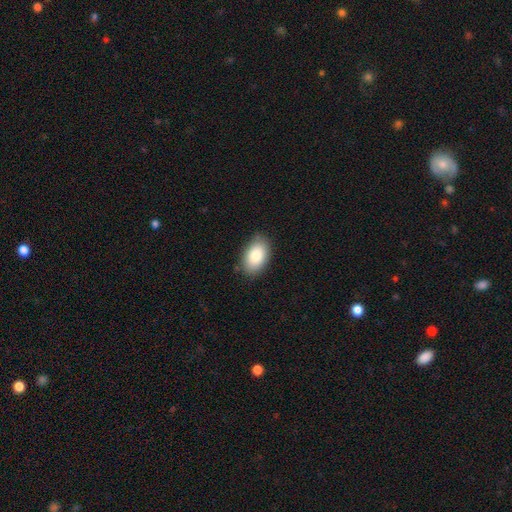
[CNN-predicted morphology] smooth 84%, featured or disk 9%, star or artifact 7%. Down the decision tree: how rounded — in between (92%); merging — none (83%).